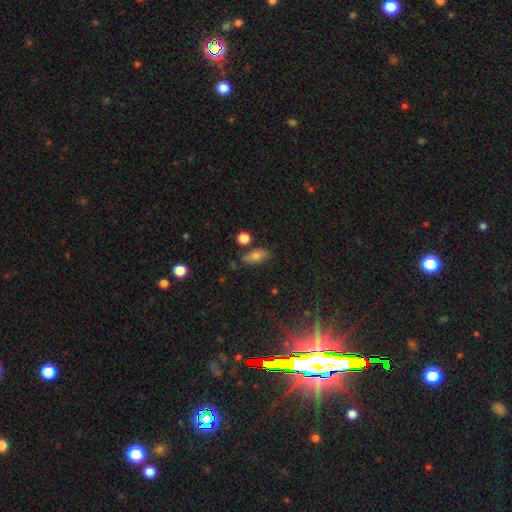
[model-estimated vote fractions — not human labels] Overall: smooth (73%). How rounded: in between (81%). Merging: none (71%).